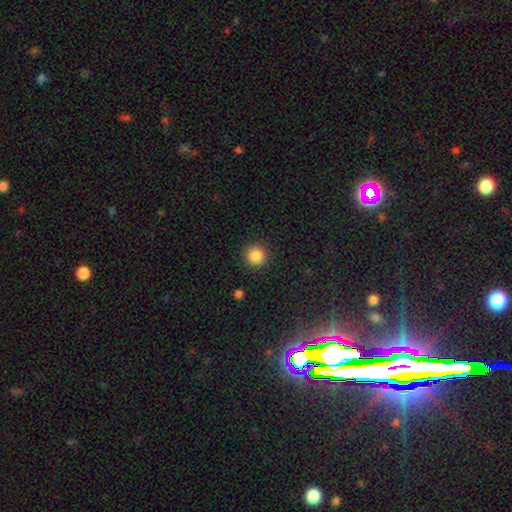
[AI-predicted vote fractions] Smooth or featured: smooth — 87% (star or artifact — 10%)
How rounded: round — 95% (in between — 4%)
Merging: none — 91% (minor disturbance — 6%)